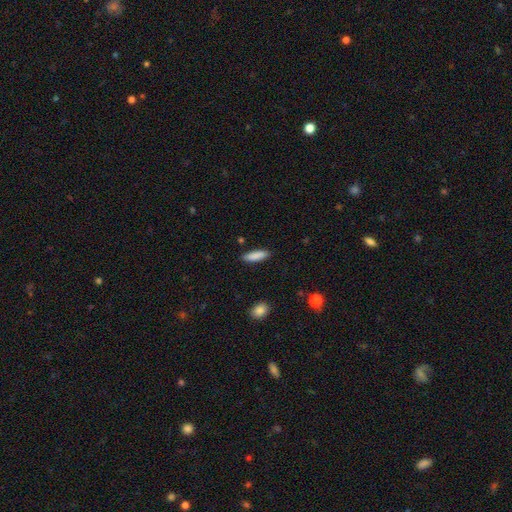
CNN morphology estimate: Smooth or featured?
  - smooth: 88% *
  - star or artifact: 6%
  - featured or disk: 6%
How rounded?
  - cigar-shaped: 60% *
  - in between: 38%
  - round: 2%
Merging?
  - none: 89% *
  - minor disturbance: 8%
  - major disturbance: 2%
  - merger: 1%